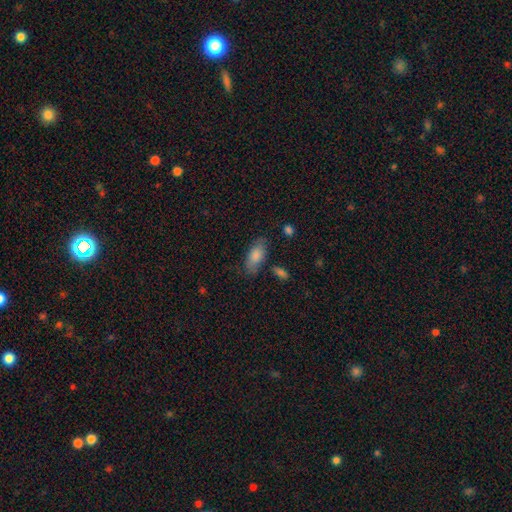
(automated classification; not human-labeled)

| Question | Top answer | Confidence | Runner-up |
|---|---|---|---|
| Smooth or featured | smooth | 83% | featured or disk (11%) |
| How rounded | in between | 87% | cigar-shaped (11%) |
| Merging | none | 72% | minor disturbance (18%) |